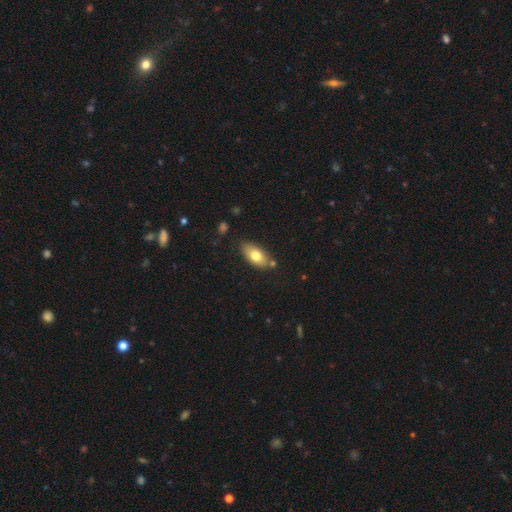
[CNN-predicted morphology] Smooth or featured?
  - smooth: 74% *
  - featured or disk: 19%
  - star or artifact: 7%
How rounded?
  - in between: 90% *
  - cigar-shaped: 6%
  - round: 4%
Merging?
  - none: 77% *
  - minor disturbance: 15%
  - merger: 5%
  - major disturbance: 3%